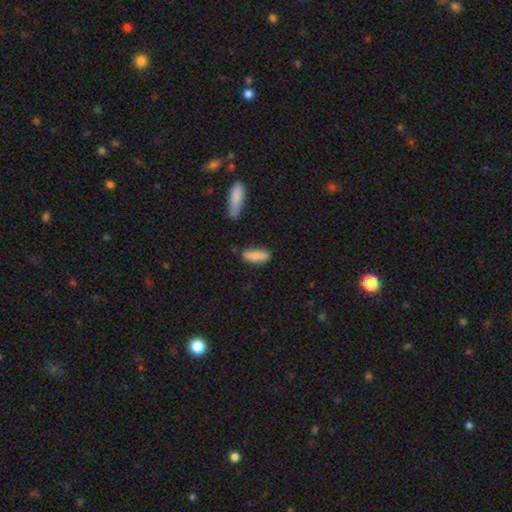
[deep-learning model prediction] Smooth or featured: smooth — 82% (featured or disk — 11%)
How rounded: in between — 62% (cigar-shaped — 36%)
Merging: none — 72% (minor disturbance — 19%)